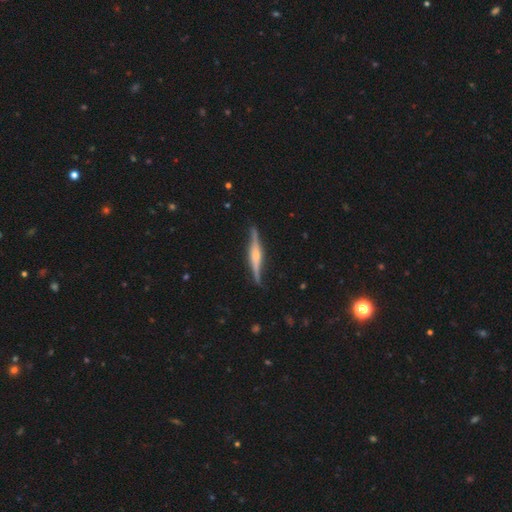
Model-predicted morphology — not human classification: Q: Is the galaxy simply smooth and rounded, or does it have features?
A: featured or disk — 81%.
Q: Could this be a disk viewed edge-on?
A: yes — 96%.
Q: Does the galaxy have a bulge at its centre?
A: rounded — 76%.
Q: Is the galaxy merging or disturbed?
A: none — 84%.